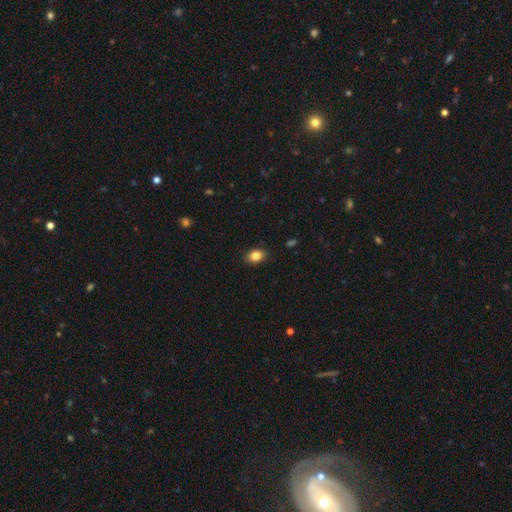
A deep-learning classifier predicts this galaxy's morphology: Smooth or featured: smooth — 84% (star or artifact — 9%)
How rounded: in between — 76% (round — 23%)
Merging: none — 89% (minor disturbance — 8%)